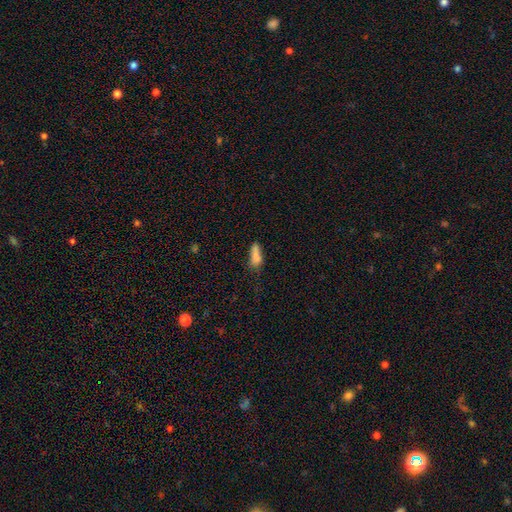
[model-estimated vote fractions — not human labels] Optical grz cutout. It shows a smooth galaxy with no disk features (82%) that is in between round and cigar-shaped (59%). Merging: none (53%).